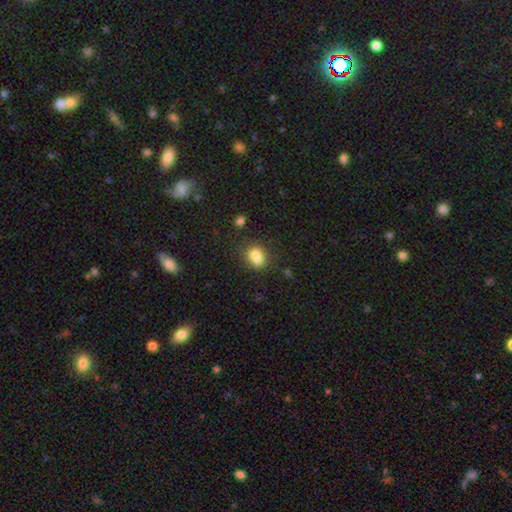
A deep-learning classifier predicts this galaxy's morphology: A smooth galaxy with no disk features (74%) that is round (57%). Merging: none (40%).